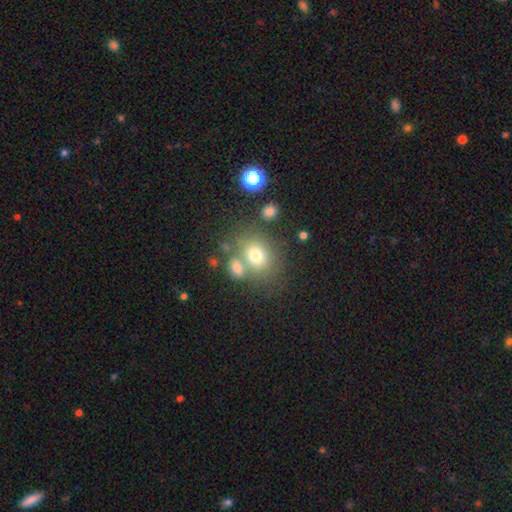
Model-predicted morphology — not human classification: The model was most divided on "how rounded": round: 52%, in between: 47%, cigar-shaped: 1%. More confident: smooth or featured — smooth (73%); merging — none (53%).